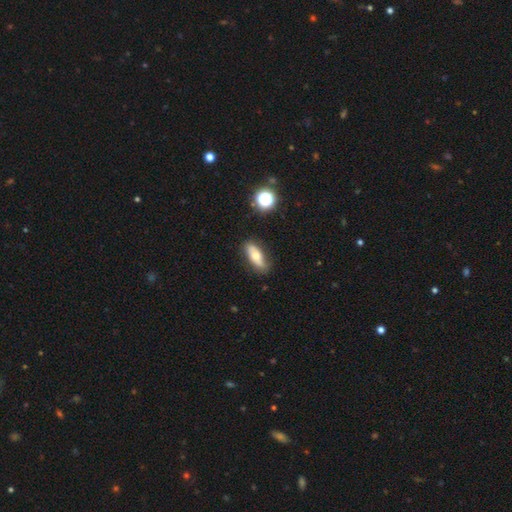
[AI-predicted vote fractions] Smooth or featured?
  - smooth: 59% *
  - featured or disk: 32%
  - star or artifact: 9%
How rounded?
  - in between: 72% *
  - cigar-shaped: 24%
  - round: 4%
Merging?
  - none: 79% *
  - minor disturbance: 16%
  - major disturbance: 3%
  - merger: 2%